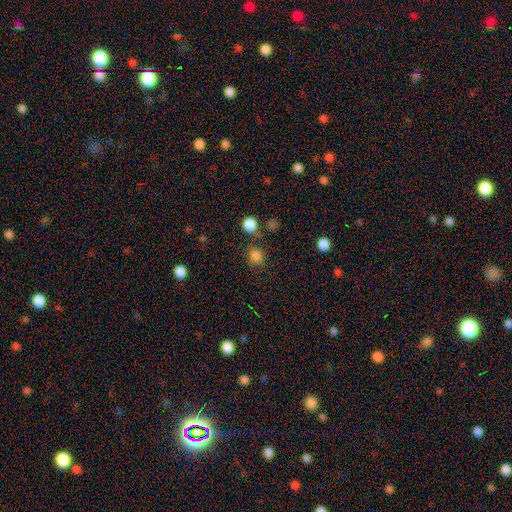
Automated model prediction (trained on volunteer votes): Overall: smooth (82%). How rounded: round (79%). Merging: none (78%).